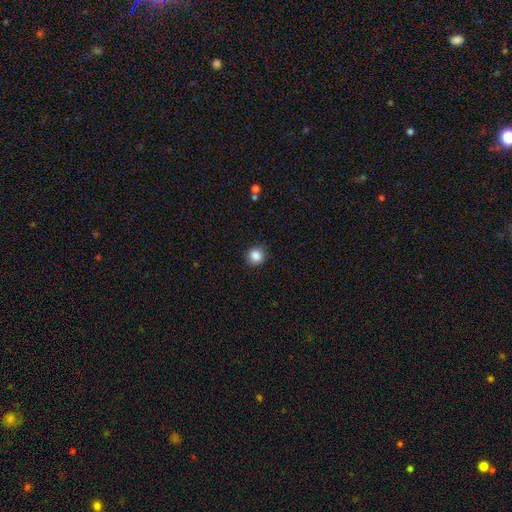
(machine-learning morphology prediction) Smooth or featured?
  - smooth: 85% *
  - star or artifact: 10%
  - featured or disk: 5%
How rounded?
  - round: 91% *
  - in between: 8%
  - cigar-shaped: 1%
Merging?
  - none: 91% *
  - minor disturbance: 7%
  - major disturbance: 2%
  - merger: 1%